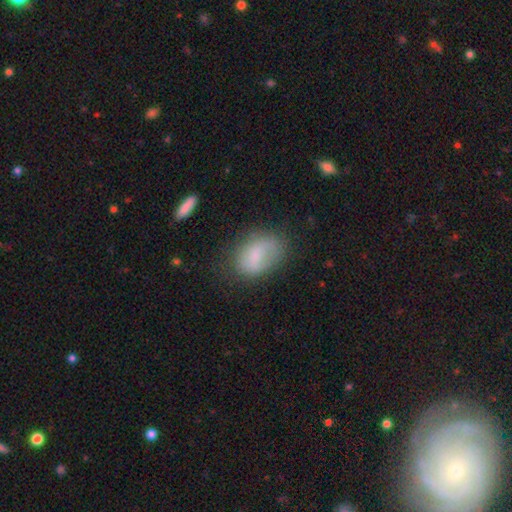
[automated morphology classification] This is likely a smooth galaxy (73%). How rounded: clearly in between (84%). Merging: possibly none (55%).